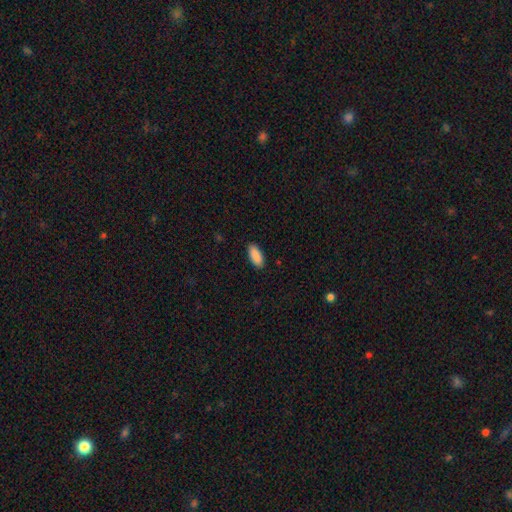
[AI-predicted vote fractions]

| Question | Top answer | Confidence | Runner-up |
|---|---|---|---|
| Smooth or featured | smooth | 91% | star or artifact (6%) |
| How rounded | in between | 87% | cigar-shaped (11%) |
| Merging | none | 89% | minor disturbance (8%) |